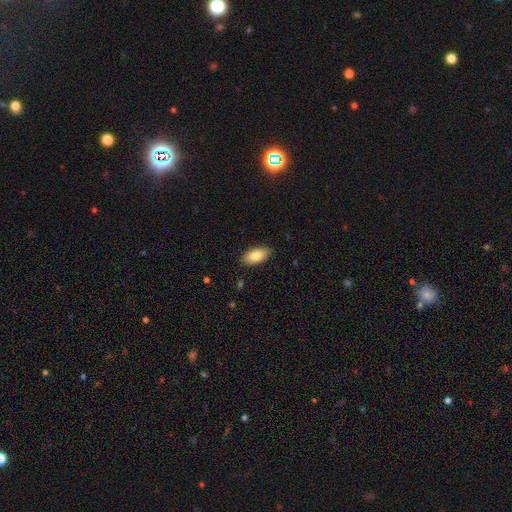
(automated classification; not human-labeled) Smooth or featured? Predicted: smooth (p=0.85). How rounded? Predicted: in between (p=0.93). Merging? Predicted: none (p=0.88).